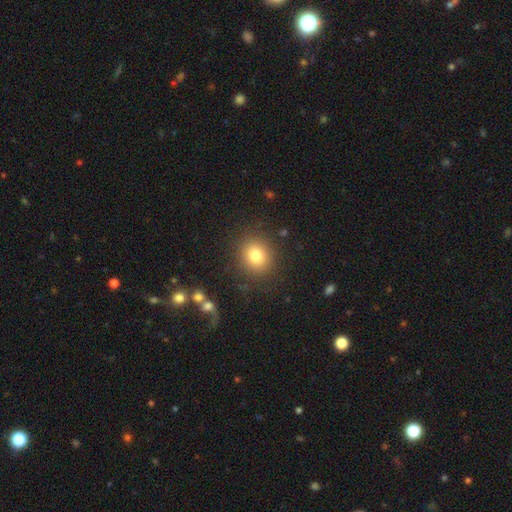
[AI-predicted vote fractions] Q: Smooth or featured?
A: smooth (79%); runner-up: star or artifact (11%)
Q: How rounded?
A: round (78%); runner-up: in between (21%)
Q: Merging?
A: none (86%); runner-up: minor disturbance (8%)